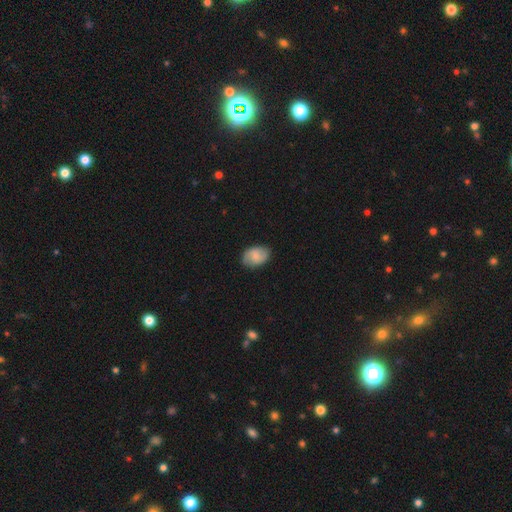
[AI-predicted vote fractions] This is likely a smooth galaxy (61%). How rounded: clearly in between (82%). Merging: clearly none (81%).